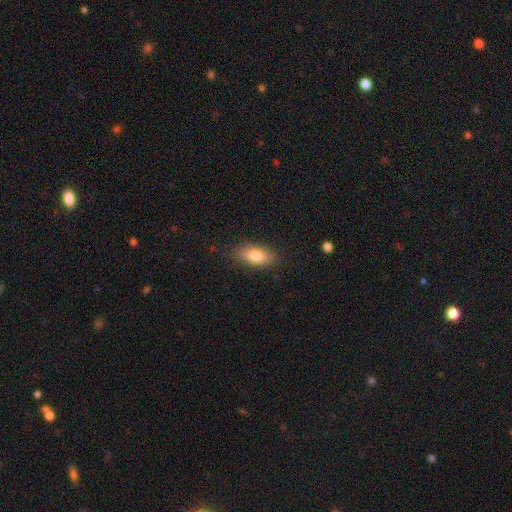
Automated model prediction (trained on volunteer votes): The model was most divided on "smooth or featured": smooth: 80%, featured or disk: 13%, star or artifact: 7%. More confident: how rounded — in between (86%); merging — none (85%).